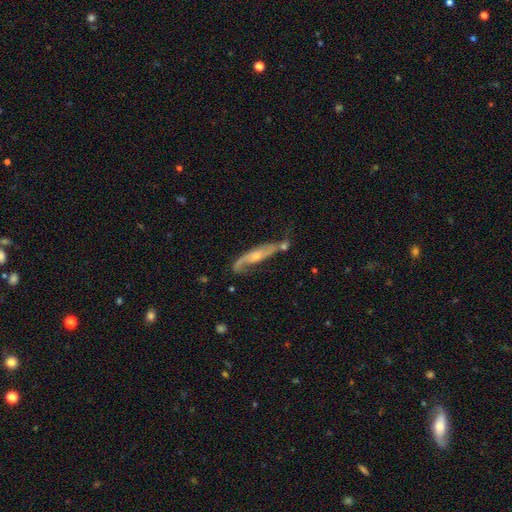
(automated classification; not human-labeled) A featured or disk galaxy (76%).

Vote fractions:
- Smooth or featured? featured or disk: 76% / smooth: 17% / star or artifact: 7%
- Edge-on disk? no: 62% / yes: 38%
- Merging? none: 49% / minor disturbance: 24% / major disturbance: 15% / merger: 13%